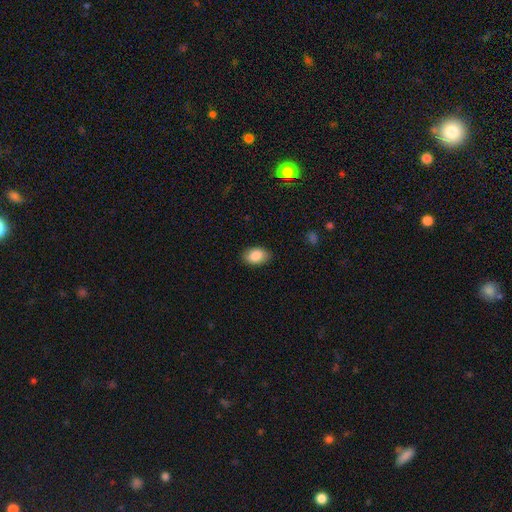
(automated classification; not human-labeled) Smooth or featured? smooth (86%)
How rounded? in between (87%)
Merging? none (87%)